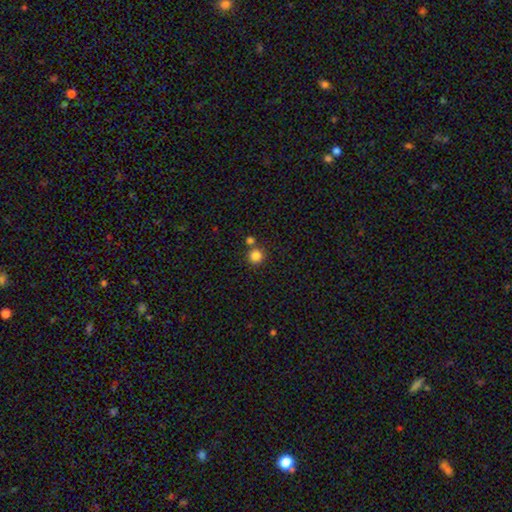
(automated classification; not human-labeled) A smooth galaxy with no disk features (84%) that is round (94%).

Vote fractions:
- Smooth or featured? smooth: 84% / star or artifact: 12% / featured or disk: 4%
- How rounded? round: 94% / in between: 5% / cigar-shaped: 1%
- Merging? none: 74% / merger: 16% / minor disturbance: 7% / major disturbance: 2%